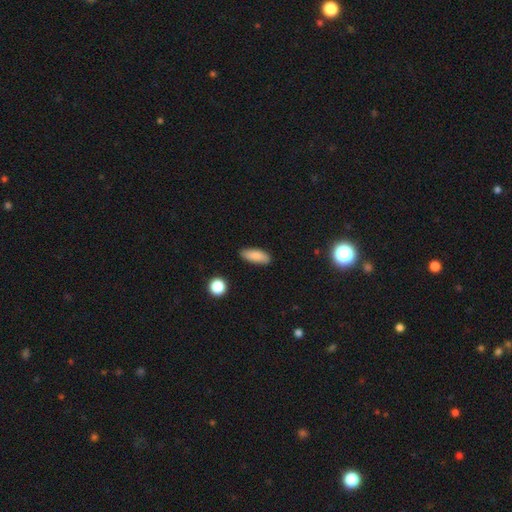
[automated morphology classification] Overall: smooth (86%). How rounded: in between (75%). Merging: none (86%).